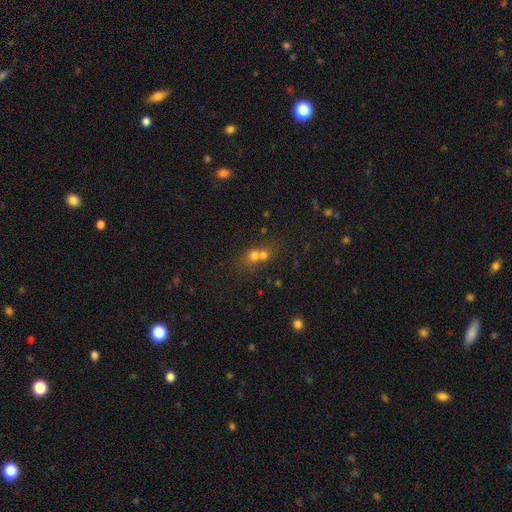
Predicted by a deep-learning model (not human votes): Morphology: type=smooth (59%); roundness=round (73%); merging=merger (56%).